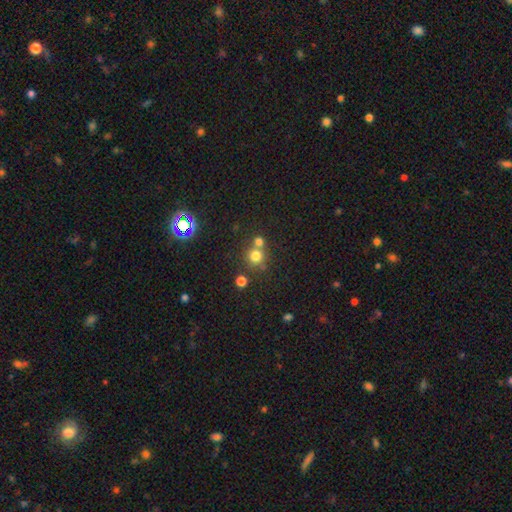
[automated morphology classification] A smooth galaxy with no disk features (74%) that is round (90%). Merging: none (57%).